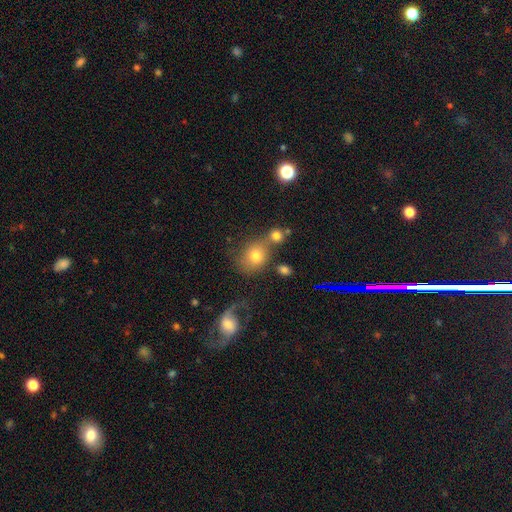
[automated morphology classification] Smooth or featured: smooth — 72% (featured or disk — 16%)
How rounded: round — 68% (in between — 31%)
Merging: none — 40% (merger — 37%)